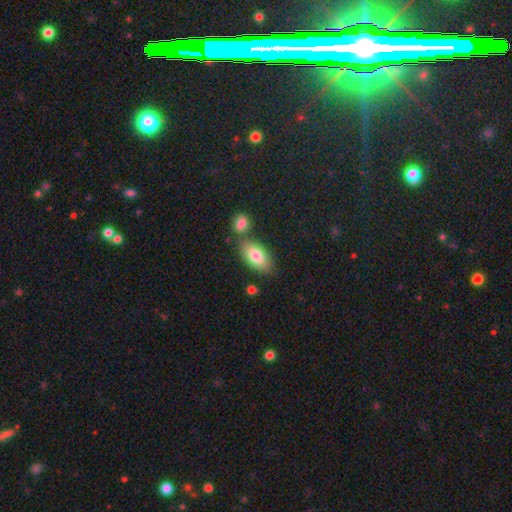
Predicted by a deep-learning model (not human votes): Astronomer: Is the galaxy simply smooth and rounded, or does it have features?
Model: smooth — 79%.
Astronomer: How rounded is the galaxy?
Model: in between — 91%.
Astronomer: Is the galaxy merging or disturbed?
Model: none — 66%.